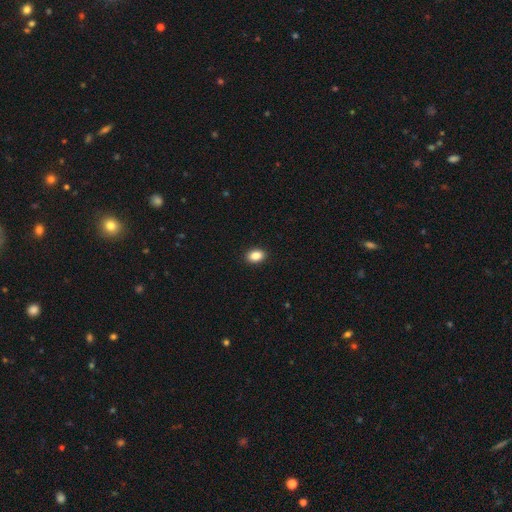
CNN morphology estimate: A smooth galaxy with no disk features (88%) that is in between round and cigar-shaped (82%). Merging: none (91%).